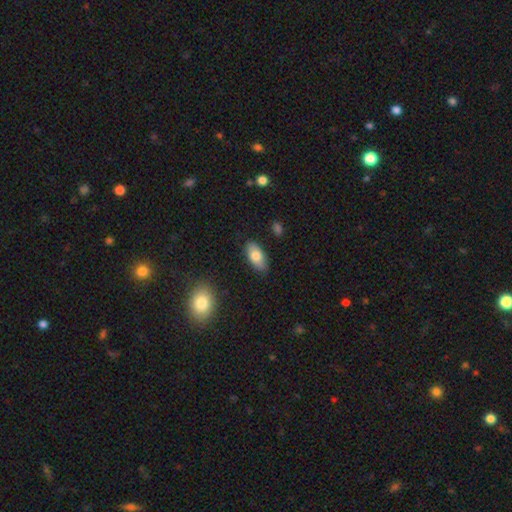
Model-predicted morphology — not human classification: A smooth galaxy with no disk features (77%) that is in between round and cigar-shaped (90%).

Vote fractions:
- Smooth or featured? smooth: 77% / featured or disk: 16% / star or artifact: 7%
- How rounded? in between: 90% / cigar-shaped: 7% / round: 3%
- Merging? none: 86% / minor disturbance: 11% / major disturbance: 2% / merger: 2%